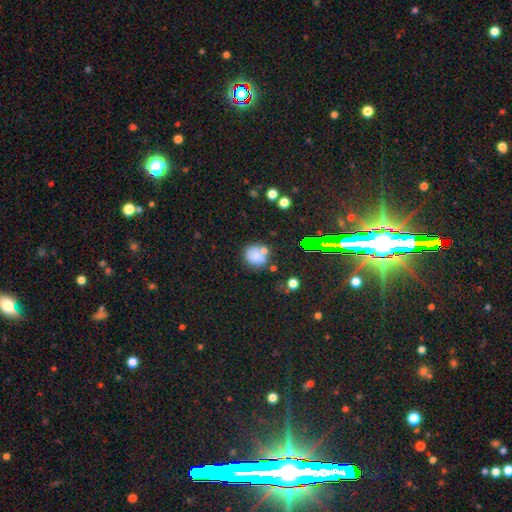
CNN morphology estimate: Q: Smooth or featured?
A: smooth (73%); runner-up: star or artifact (15%)
Q: How rounded?
A: round (79%); runner-up: in between (19%)
Q: Merging?
A: none (57%); runner-up: minor disturbance (18%)